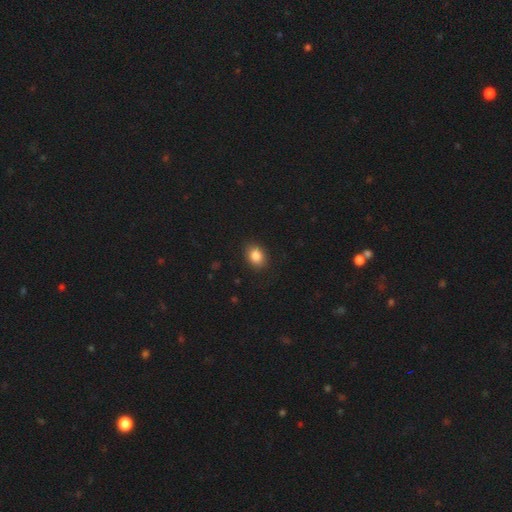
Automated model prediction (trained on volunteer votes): This is clearly a smooth galaxy (86%). How rounded: likely in between (62%). Merging: clearly none (88%).